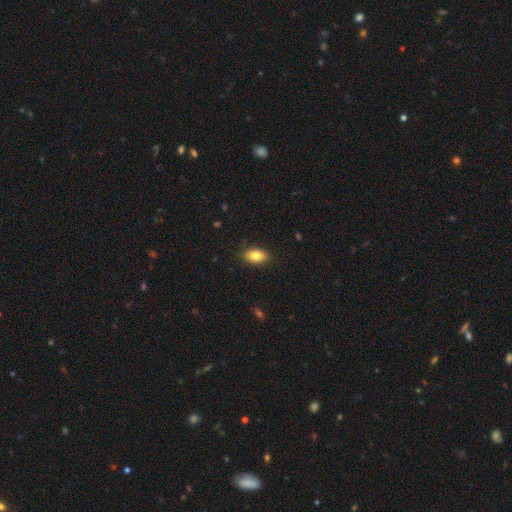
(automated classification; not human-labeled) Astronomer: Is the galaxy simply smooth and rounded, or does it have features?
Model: smooth — 83%.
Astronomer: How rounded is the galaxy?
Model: in between — 91%.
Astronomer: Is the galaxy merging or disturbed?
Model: none — 87%.